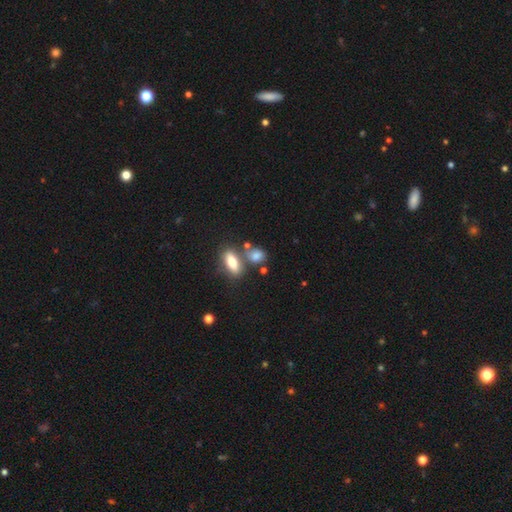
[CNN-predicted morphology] A smooth galaxy with no disk features (79%) that is in between round and cigar-shaped (62%). Merging: none (57%).